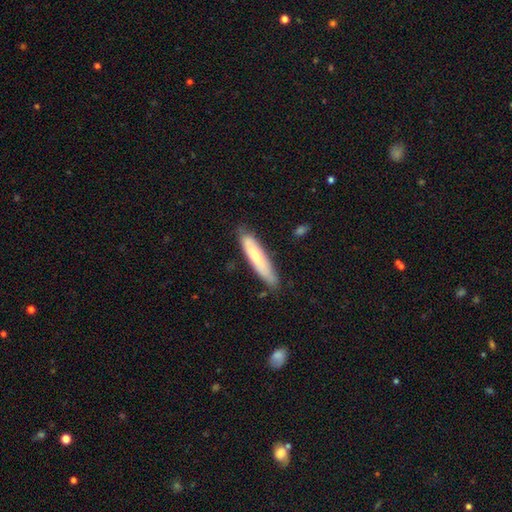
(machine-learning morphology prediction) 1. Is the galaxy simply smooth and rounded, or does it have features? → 62% smooth, 32% featured or disk, 5% star or artifact.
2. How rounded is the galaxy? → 81% cigar-shaped, 18% in between, 1% round.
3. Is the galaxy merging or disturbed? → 76% none, 19% minor disturbance, 3% major disturbance, 2% merger.